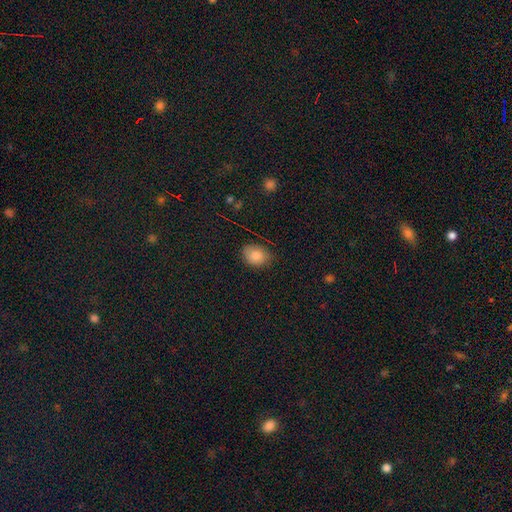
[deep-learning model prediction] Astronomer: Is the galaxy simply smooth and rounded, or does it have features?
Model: smooth — 82%.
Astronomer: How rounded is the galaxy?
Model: in between — 60% (runner-up: round, 38%).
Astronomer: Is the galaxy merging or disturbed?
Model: none — 75%.